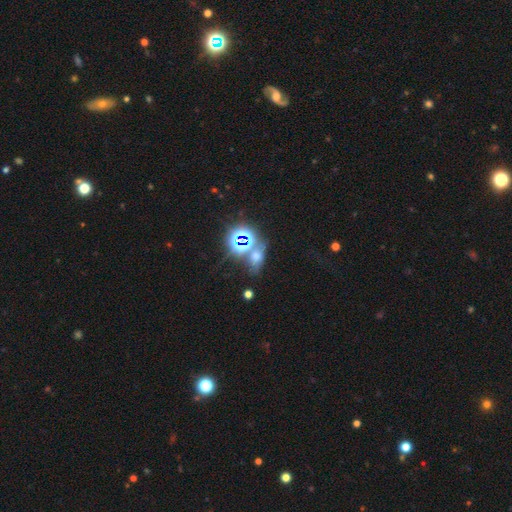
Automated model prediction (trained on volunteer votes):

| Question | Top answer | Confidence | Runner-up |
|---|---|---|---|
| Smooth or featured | star or artifact | 48% | smooth (38%) |